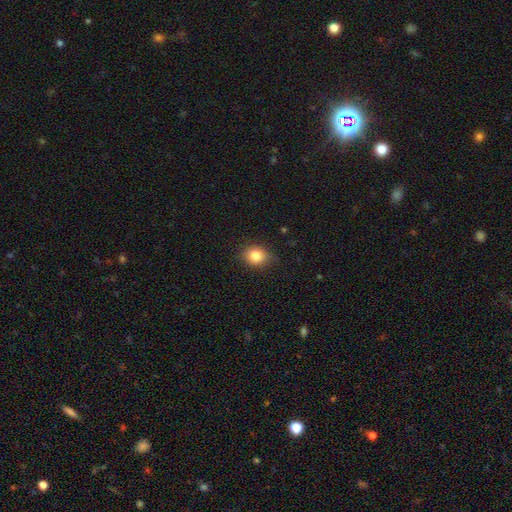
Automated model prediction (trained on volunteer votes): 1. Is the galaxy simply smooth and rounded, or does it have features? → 84% smooth, 10% star or artifact, 6% featured or disk.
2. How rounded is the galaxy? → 62% round, 37% in between, 1% cigar-shaped.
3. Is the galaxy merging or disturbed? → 80% none, 16% minor disturbance, 3% major disturbance, 1% merger.